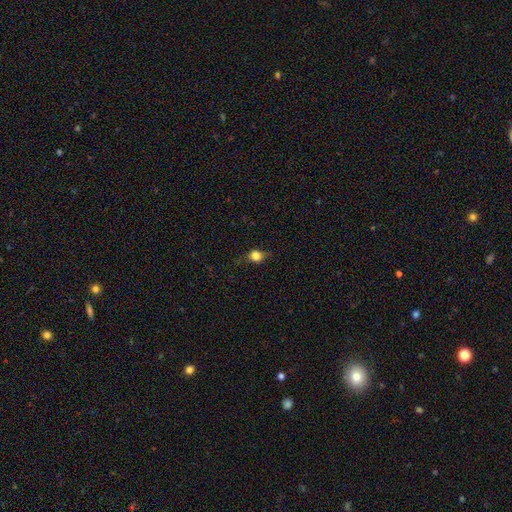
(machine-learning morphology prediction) type=smooth (75%); roundness=round (67%); merging=none (71%).